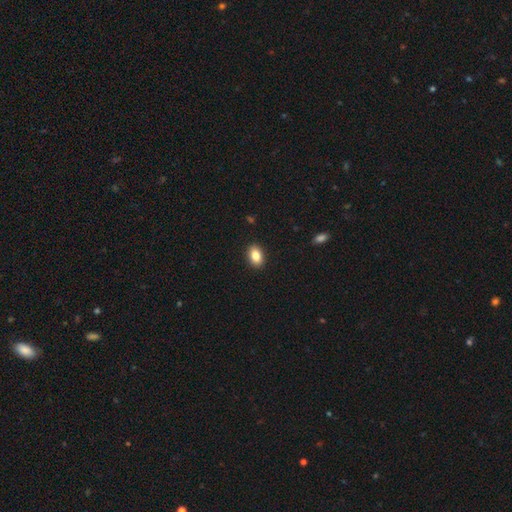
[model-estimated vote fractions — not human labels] smooth-or-featured: smooth: 86% | star or artifact: 8% | featured or disk: 6%
  how-rounded: in between: 85% | round: 13% | cigar-shaped: 2%
  merging: none: 90% | minor disturbance: 7% | major disturbance: 2% | merger: 1%